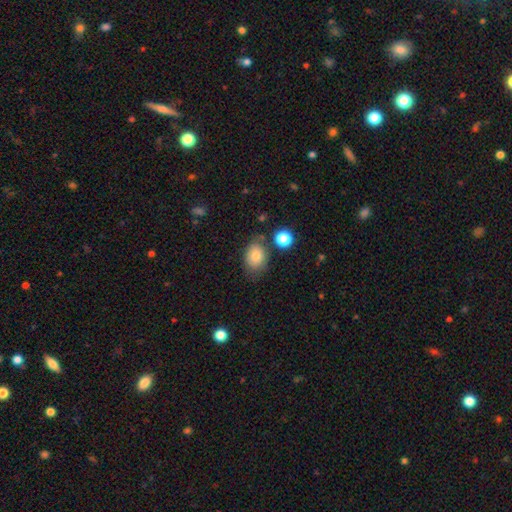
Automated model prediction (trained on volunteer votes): Overall: smooth (78%). How rounded: in between (68%; round 31%). Merging: none (66%).